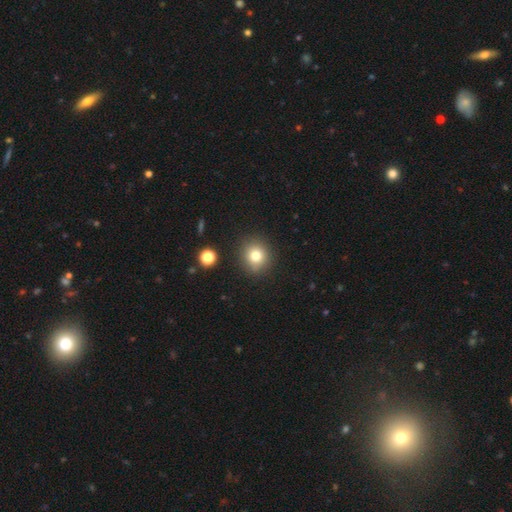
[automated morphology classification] smooth_or_featured: smooth (p=0.79) [alt: star or artifact p=0.13]
how_rounded: round (p=0.86) [alt: in between p=0.13]
merging: none (p=0.89) [alt: minor disturbance p=0.07]